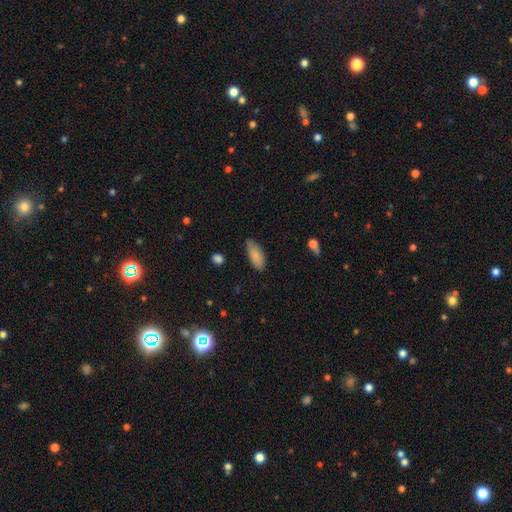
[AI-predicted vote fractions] Morphology: type=smooth (85%); roundness=in between (85%); merging=none (74%).